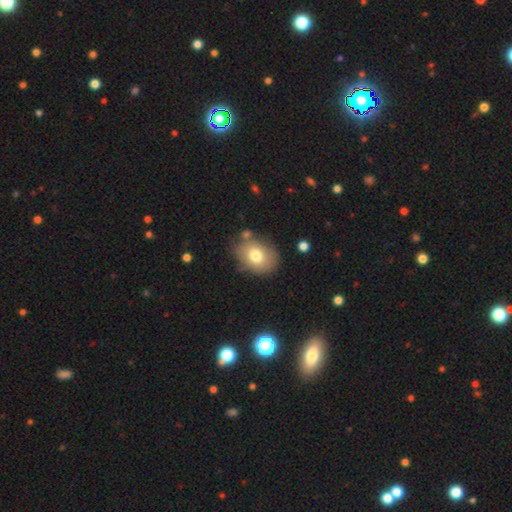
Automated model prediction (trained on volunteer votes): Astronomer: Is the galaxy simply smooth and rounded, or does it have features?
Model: smooth — 75%.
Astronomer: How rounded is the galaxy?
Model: in between — 65%.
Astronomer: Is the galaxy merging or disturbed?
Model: none — 74%.